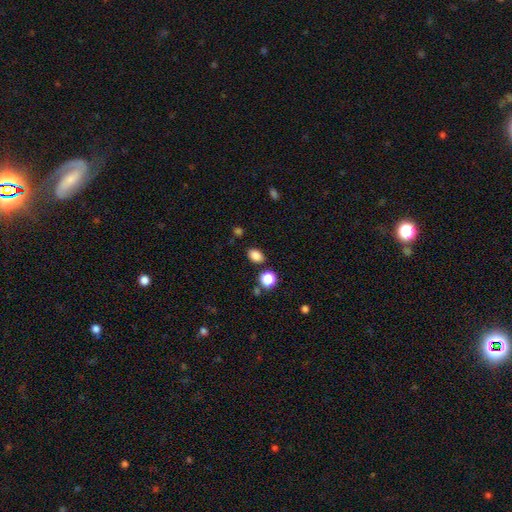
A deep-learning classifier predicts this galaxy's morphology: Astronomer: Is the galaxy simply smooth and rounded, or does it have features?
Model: smooth — 84%.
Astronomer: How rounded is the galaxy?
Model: in between — 73%.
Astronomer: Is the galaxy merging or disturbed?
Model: none — 84%.